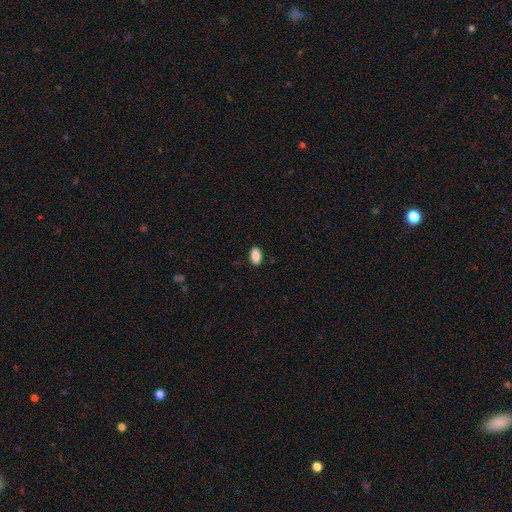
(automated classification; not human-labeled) This is clearly a smooth galaxy (89%). How rounded: clearly in between (92%). Merging: clearly none (88%).